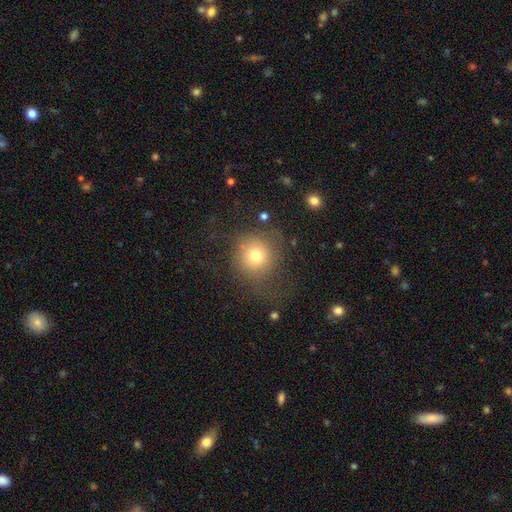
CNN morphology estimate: Q: Smooth or featured?
A: smooth (72%); runner-up: featured or disk (15%)
Q: How rounded?
A: round (88%); runner-up: in between (11%)
Q: Merging?
A: none (54%); runner-up: major disturbance (25%)